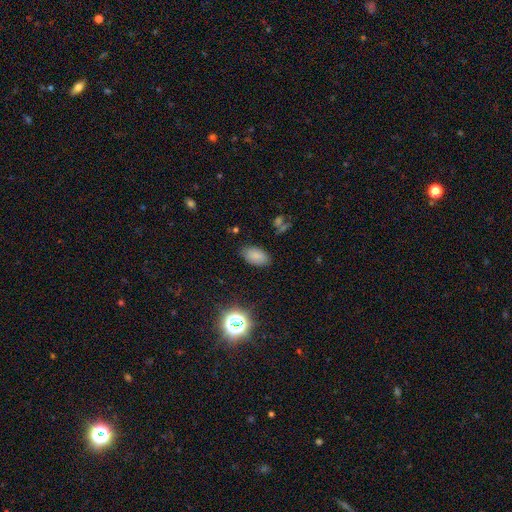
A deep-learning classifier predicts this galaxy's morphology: type=smooth (80%); roundness=in between (93%); merging=none (84%).